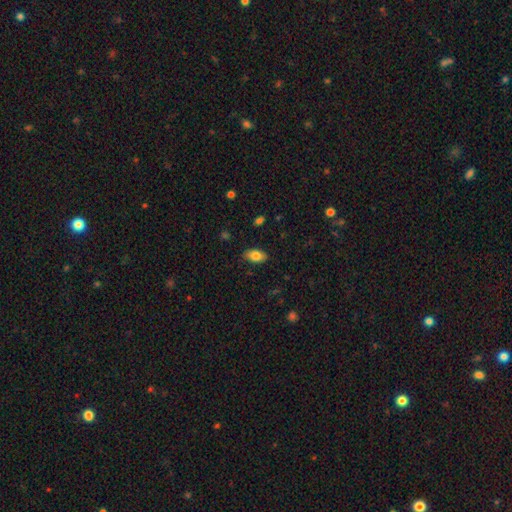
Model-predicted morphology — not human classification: Smooth or featured: smooth — 82% (featured or disk — 10%)
How rounded: in between — 92% (round — 5%)
Merging: none — 85% (minor disturbance — 11%)